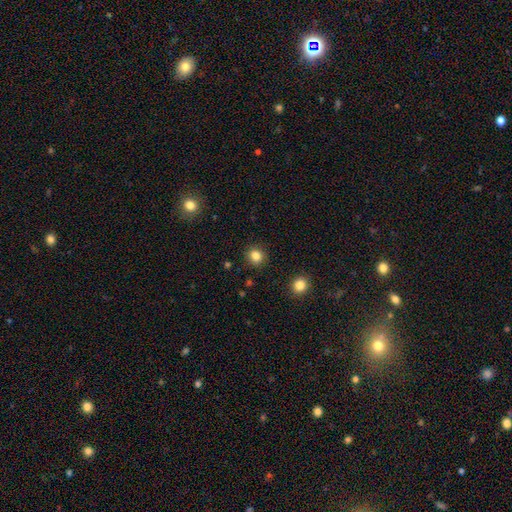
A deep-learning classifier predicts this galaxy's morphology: This appears to be a smooth galaxy with no disk features (83%) that is round (86%). Merging: none (90%).